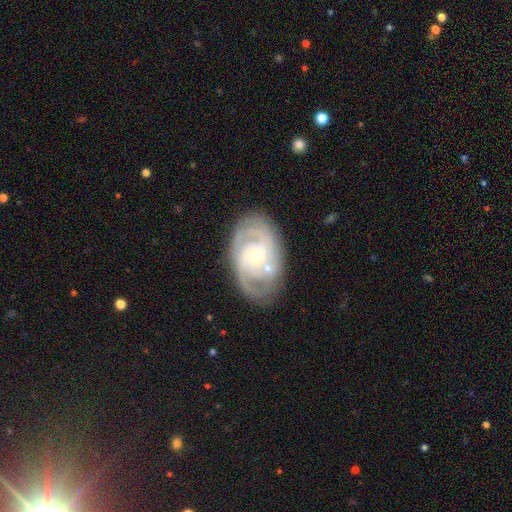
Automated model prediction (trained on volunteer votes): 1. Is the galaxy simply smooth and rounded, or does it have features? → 87% featured or disk, 8% smooth, 5% star or artifact.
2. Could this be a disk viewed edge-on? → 96% no, 4% yes.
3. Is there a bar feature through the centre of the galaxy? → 65% no, 27% weak, 8% strong.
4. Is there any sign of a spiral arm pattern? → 95% yes, 5% no.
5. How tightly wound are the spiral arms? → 69% tight, 26% medium, 5% loose.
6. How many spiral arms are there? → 37% 2, 29% 3, 19% can't tell, 7% 4, 4% 1, 4% more than 4.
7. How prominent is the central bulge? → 56% moderate, 41% small, 2% large, 1% none, 1% dominant.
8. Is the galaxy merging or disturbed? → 75% none, 15% minor disturbance, 5% merger, 5% major disturbance.